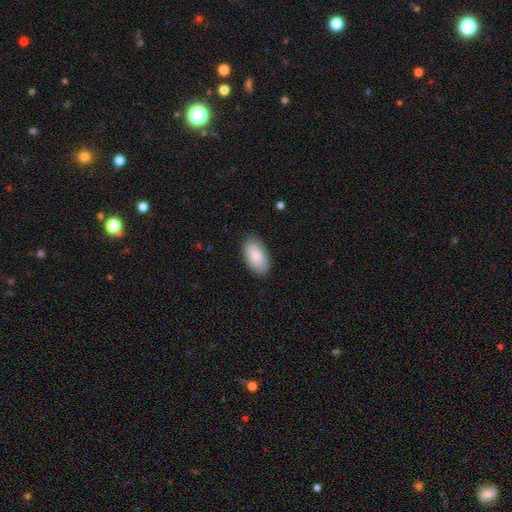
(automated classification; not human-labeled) The model was most divided on "merging": none: 87%, minor disturbance: 10%, major disturbance: 2%, merger: 1%. More confident: how rounded — in between (95%); smooth or featured — smooth (86%).